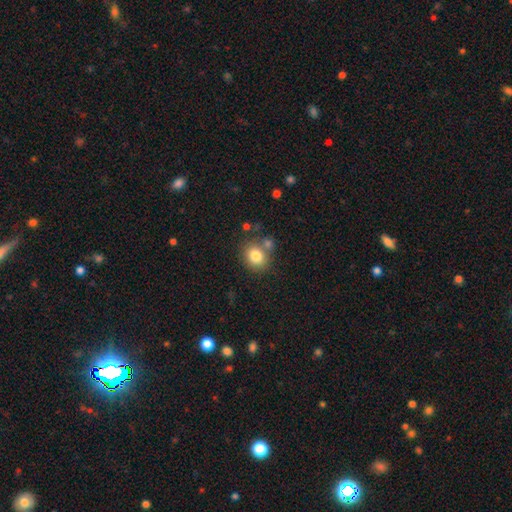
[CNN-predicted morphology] smooth-or-featured: smooth: 81% | star or artifact: 10% | featured or disk: 9%
  how-rounded: round: 64% | in between: 35% | cigar-shaped: 1%
  merging: none: 66% | merger: 18% | minor disturbance: 12% | major disturbance: 4%